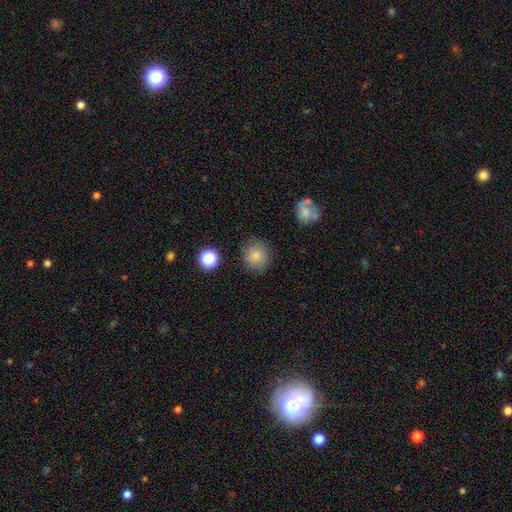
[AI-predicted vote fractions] This appears to be a smooth galaxy with no disk features (83%) that is round (88%). Merging: none (84%).